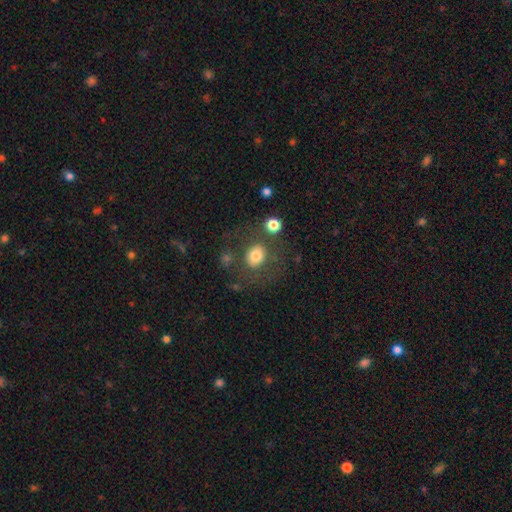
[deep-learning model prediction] This is likely a smooth galaxy (76%). How rounded: likely round (64%). Merging: likely none (65%).